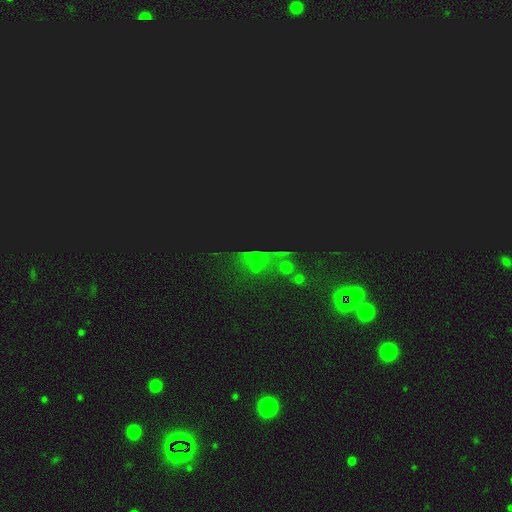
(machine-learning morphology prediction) Smooth or featured: star or artifact — 58% (smooth — 26%)